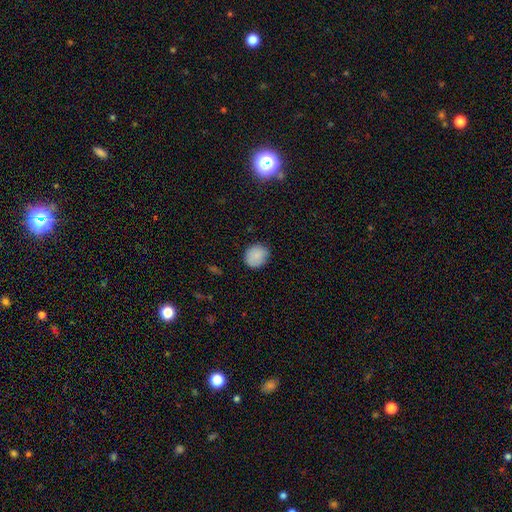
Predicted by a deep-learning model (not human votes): smooth-or-featured: smooth: 87% | star or artifact: 8% | featured or disk: 5%
  how-rounded: round: 70% | in between: 29% | cigar-shaped: 1%
  merging: none: 81% | minor disturbance: 15% | major disturbance: 3% | merger: 1%